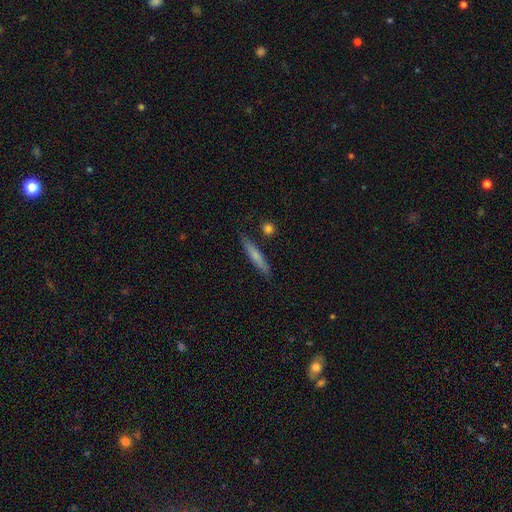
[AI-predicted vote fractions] Q: Smooth or featured?
A: smooth (67%); runner-up: featured or disk (27%)
Q: How rounded?
A: cigar-shaped (92%); runner-up: in between (7%)
Q: Merging?
A: none (83%); runner-up: minor disturbance (12%)